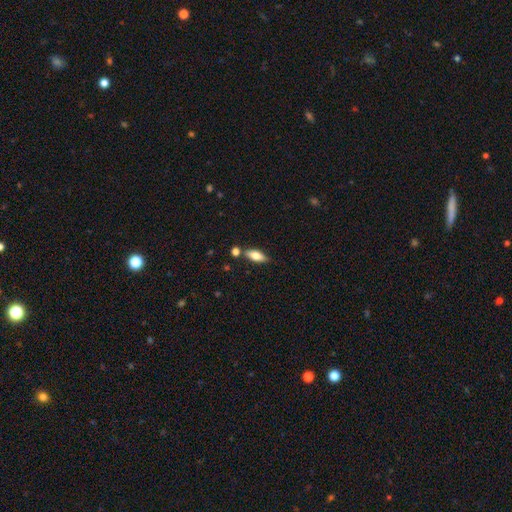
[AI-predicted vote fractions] Smooth or featured: smooth — 72% (featured or disk — 21%)
How rounded: in between — 72% (cigar-shaped — 25%)
Merging: none — 74% (minor disturbance — 13%)